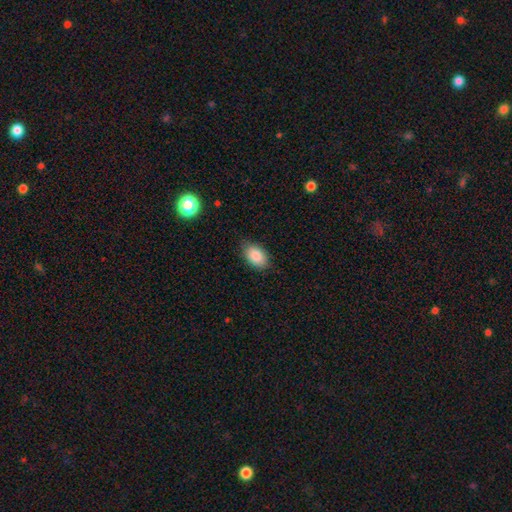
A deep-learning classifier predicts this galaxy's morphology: type=smooth (87%); roundness=in between (90%); merging=none (80%).